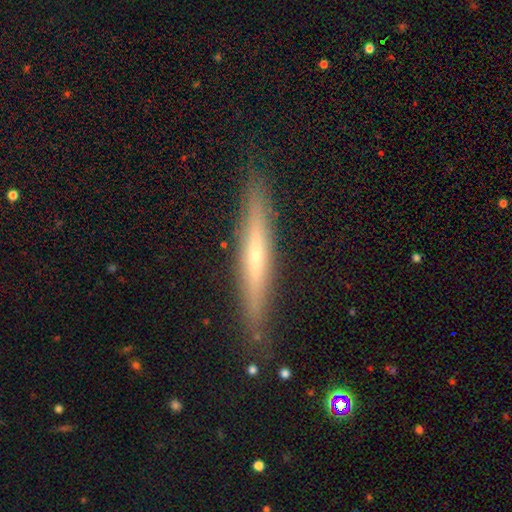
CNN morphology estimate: type=featured or disk (58%); edge-on=yes (94%); edge-on bulge=none (55%); merging=none (87%).